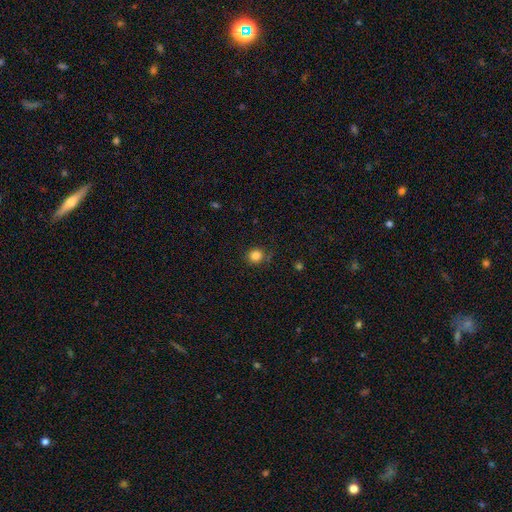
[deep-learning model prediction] Morphology: type=smooth (83%); roundness=round (90%); merging=none (83%).